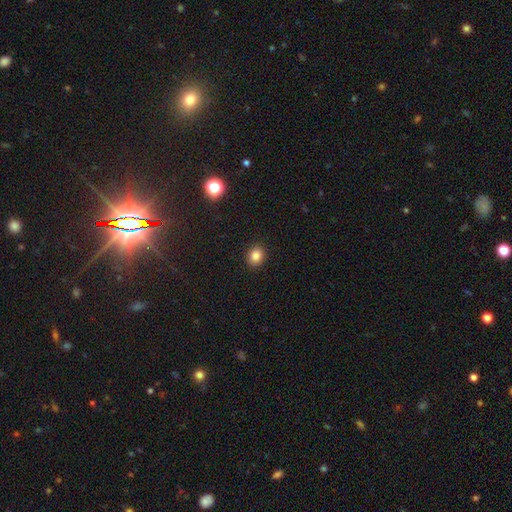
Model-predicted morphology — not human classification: This appears to be a smooth galaxy with no disk features (84%) that is round (63%). Merging: none (91%).